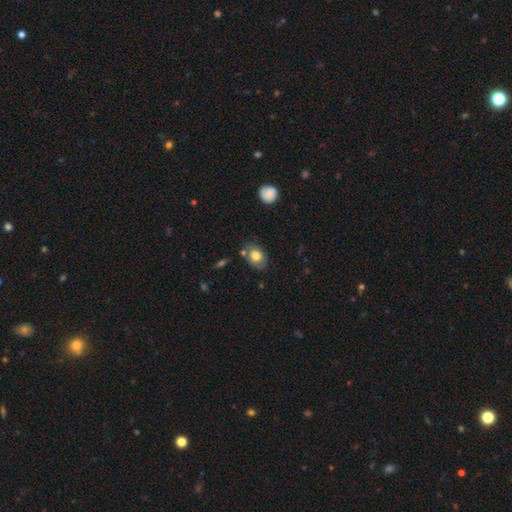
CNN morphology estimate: smooth 72%, featured or disk 20%, star or artifact 8%. Down the decision tree: how rounded — in between (61%); merging — none (67%).